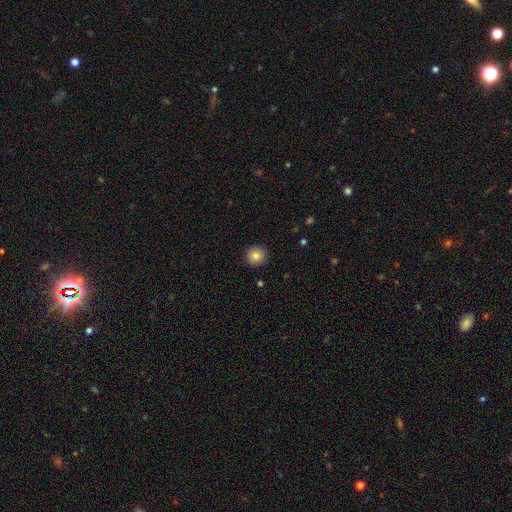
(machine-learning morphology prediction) This is clearly a smooth galaxy (83%). How rounded: clearly round (94%). Merging: clearly none (91%).